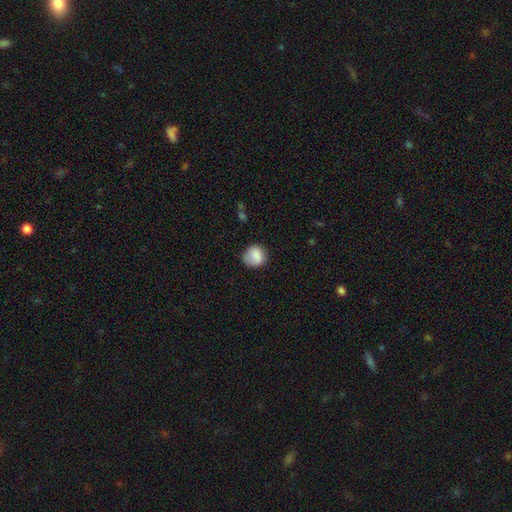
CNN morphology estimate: Smooth or featured?
  - smooth: 85% *
  - star or artifact: 8%
  - featured or disk: 7%
How rounded?
  - round: 82% *
  - in between: 17%
  - cigar-shaped: 1%
Merging?
  - none: 72% *
  - minor disturbance: 21%
  - major disturbance: 6%
  - merger: 2%